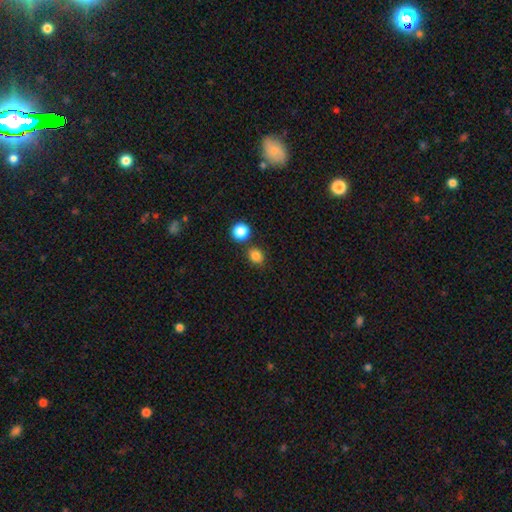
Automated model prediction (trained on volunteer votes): This appears to be a smooth galaxy with no disk features (83%) that is round (72%). Merging: none (76%).